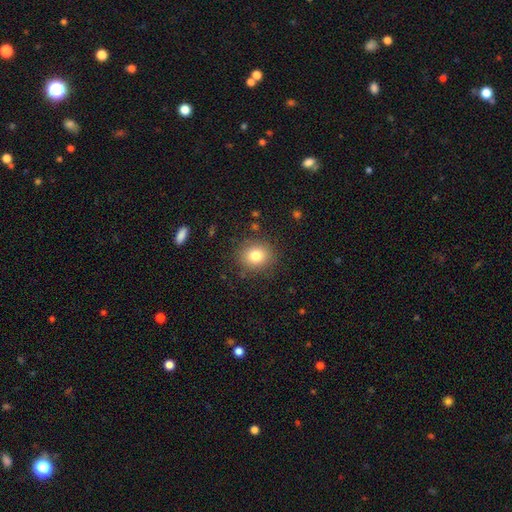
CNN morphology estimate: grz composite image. It shows a smooth galaxy with no disk features (80%) that is round (80%). Merging: none (87%).